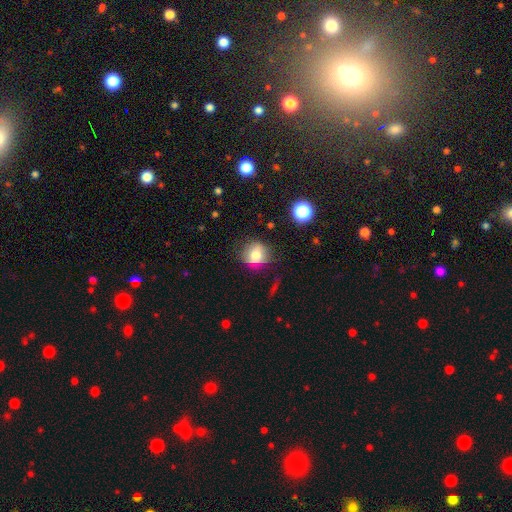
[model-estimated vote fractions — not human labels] smooth-or-featured: smooth: 72% | featured or disk: 15% | star or artifact: 13%
  how-rounded: round: 83% | in between: 15% | cigar-shaped: 1%
  merging: none: 74% | minor disturbance: 18% | major disturbance: 6% | merger: 3%